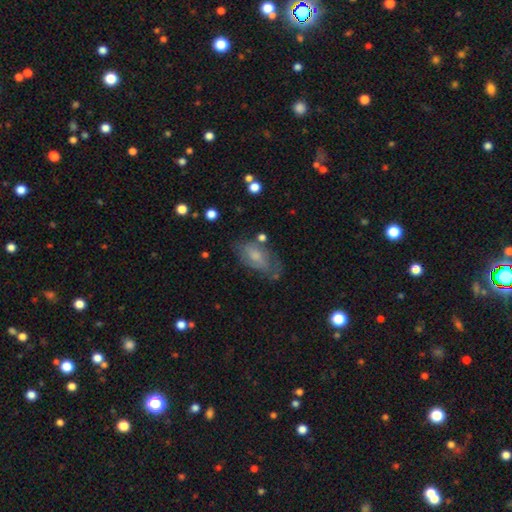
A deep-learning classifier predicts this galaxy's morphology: Smooth or featured? Predicted: smooth (p=0.51). How rounded? Predicted: in between (p=0.89). Merging? Predicted: none (p=0.53).